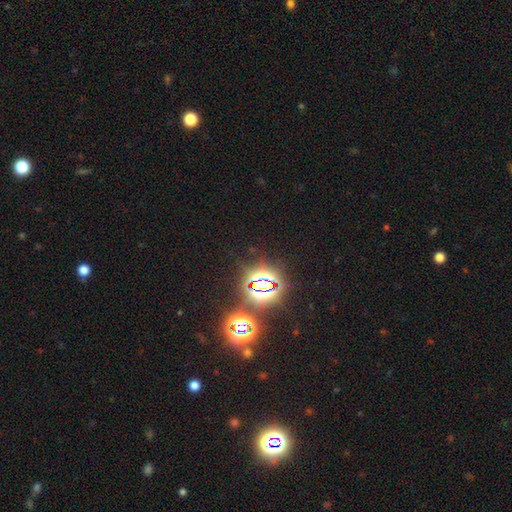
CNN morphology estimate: Smooth or featured? star or artifact (81%)